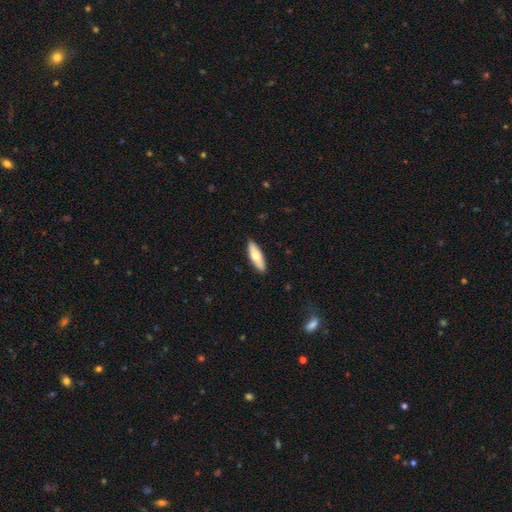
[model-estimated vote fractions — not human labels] Smooth or featured: smooth — 61% (featured or disk — 34%)
How rounded: in between — 52% (cigar-shaped — 45%)
Merging: none — 89% (minor disturbance — 8%)